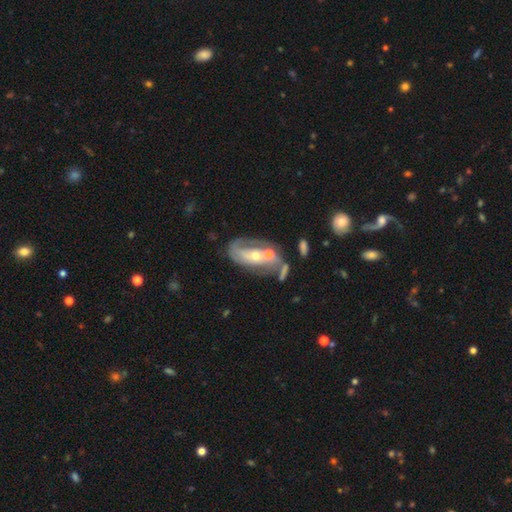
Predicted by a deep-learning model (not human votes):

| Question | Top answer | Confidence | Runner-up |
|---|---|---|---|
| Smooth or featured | featured or disk | 78% | smooth (16%) |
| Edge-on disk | no | 94% | yes (6%) |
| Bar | no | 59% | weak (27%) |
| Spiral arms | yes | 81% | no (19%) |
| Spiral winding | medium | 39% | tight (33%) |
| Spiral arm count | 2 | 61% | can't tell (18%) |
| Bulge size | moderate | 49% | small (46%) |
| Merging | none | 37% | merger (27%) |